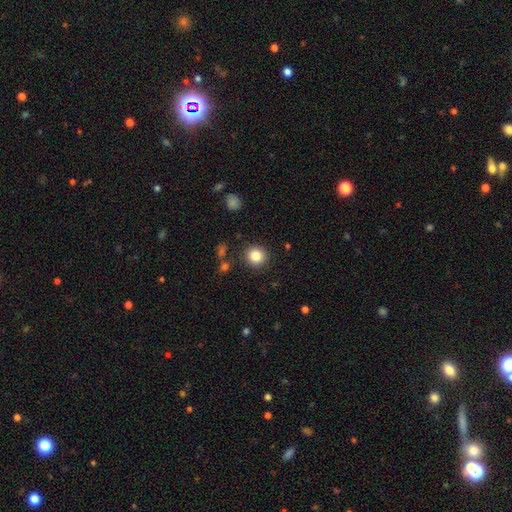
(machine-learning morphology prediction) This appears to be a smooth galaxy with no disk features (83%) that is round (90%). Merging: none (89%).